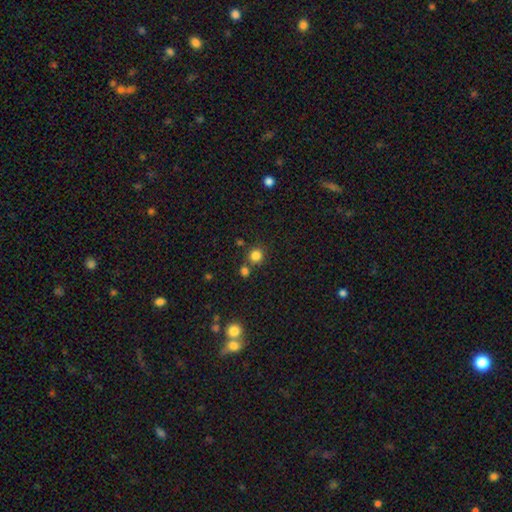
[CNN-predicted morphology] A smooth galaxy with no disk features (82%) that is round (92%). Merging: none (75%).